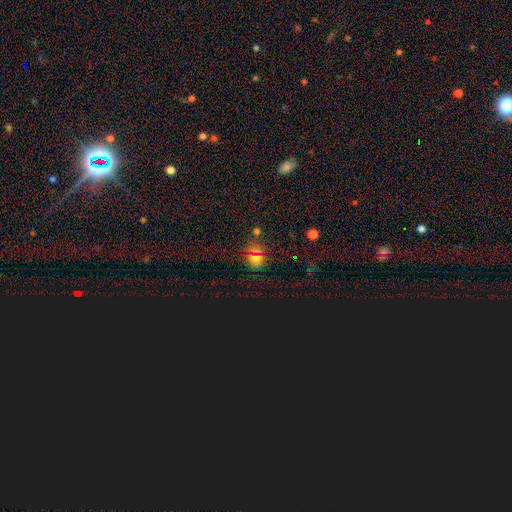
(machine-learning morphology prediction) Smooth or featured: star or artifact — 58% (smooth — 33%)